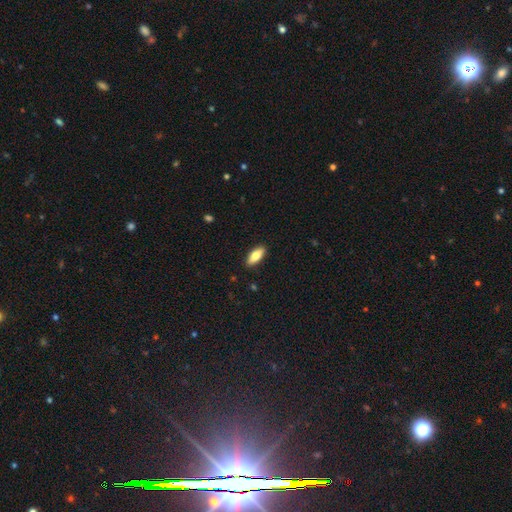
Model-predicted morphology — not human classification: This is likely a smooth galaxy (74%). How rounded: likely in between (75%). Merging: clearly none (90%).